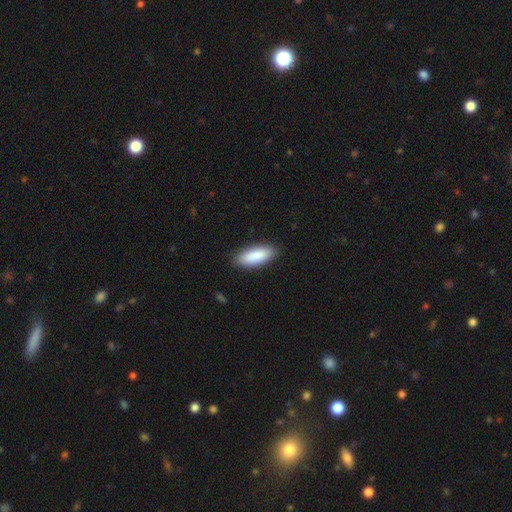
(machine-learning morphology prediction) type=smooth (89%); roundness=in between (75%); merging=none (89%).